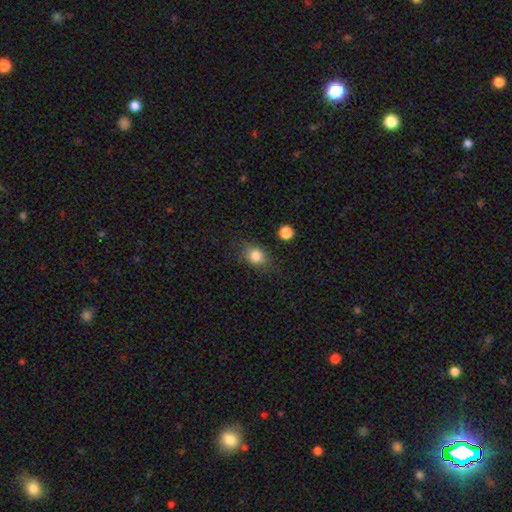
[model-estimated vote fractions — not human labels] Smooth or featured?
  - smooth: 83% *
  - star or artifact: 10%
  - featured or disk: 7%
How rounded?
  - round: 53% *
  - in between: 45%
  - cigar-shaped: 1%
Merging?
  - none: 76% *
  - minor disturbance: 16%
  - major disturbance: 6%
  - merger: 3%